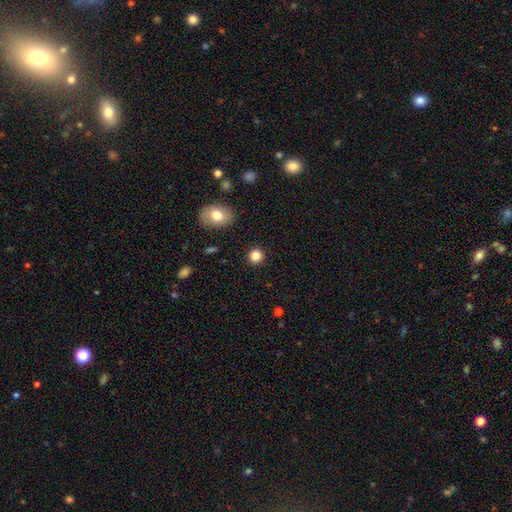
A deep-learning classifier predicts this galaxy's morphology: Smooth or featured?
  - smooth: 84% *
  - star or artifact: 11%
  - featured or disk: 5%
How rounded?
  - round: 91% *
  - in between: 8%
  - cigar-shaped: 1%
Merging?
  - none: 91% *
  - minor disturbance: 5%
  - major disturbance: 2%
  - merger: 1%